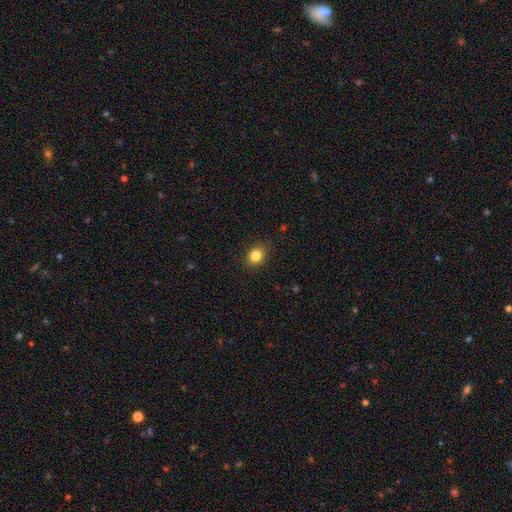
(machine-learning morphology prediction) This appears to be a smooth galaxy with no disk features (84%) that is in between round and cigar-shaped (50%). Merging: none (85%).